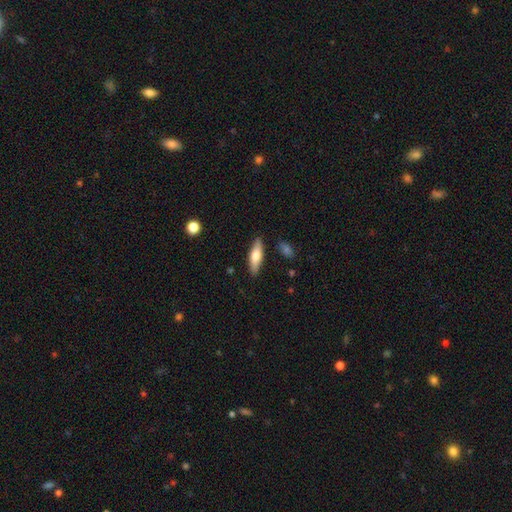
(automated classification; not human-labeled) A smooth galaxy with no disk features (68%) that is in between round and cigar-shaped (49%, tied with cigar-shaped). Merging: none (85%).